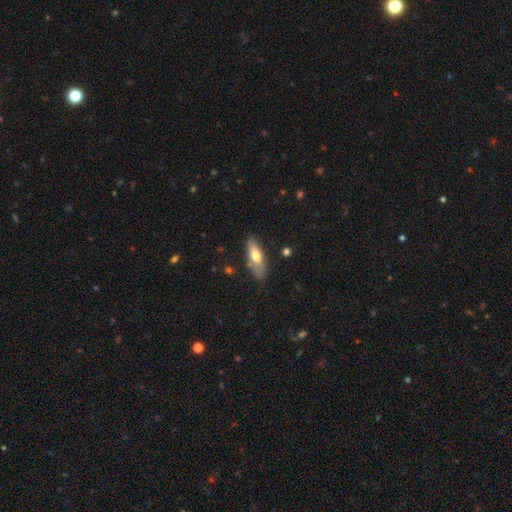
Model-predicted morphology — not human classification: Q: Smooth or featured?
A: smooth (63%); runner-up: featured or disk (31%)
Q: How rounded?
A: in between (66%); runner-up: cigar-shaped (32%)
Q: Merging?
A: none (70%); runner-up: minor disturbance (22%)